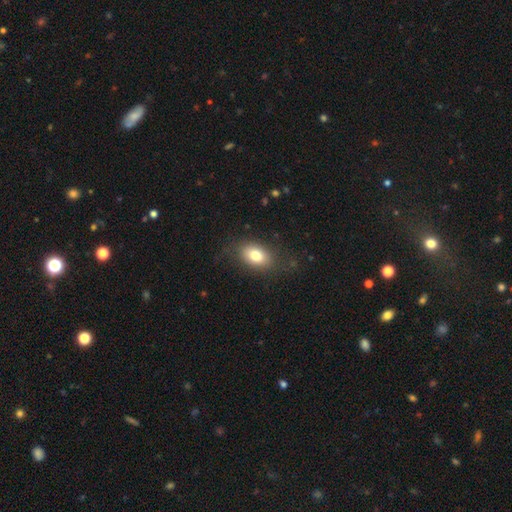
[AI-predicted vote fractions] Smooth or featured? Predicted: smooth (p=0.79). How rounded? Predicted: in between (p=0.84). Merging? Predicted: none (p=0.78).